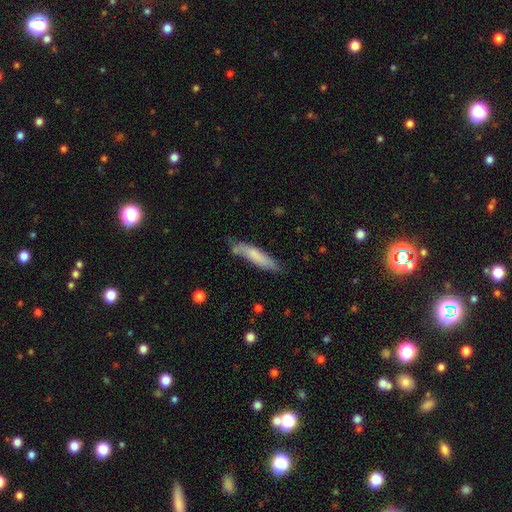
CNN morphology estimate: smooth_or_featured: smooth (p=0.72) [alt: featured or disk p=0.23]
how_rounded: cigar-shaped (p=0.84) [alt: in between p=0.14]
merging: none (p=0.66) [alt: minor disturbance p=0.24]